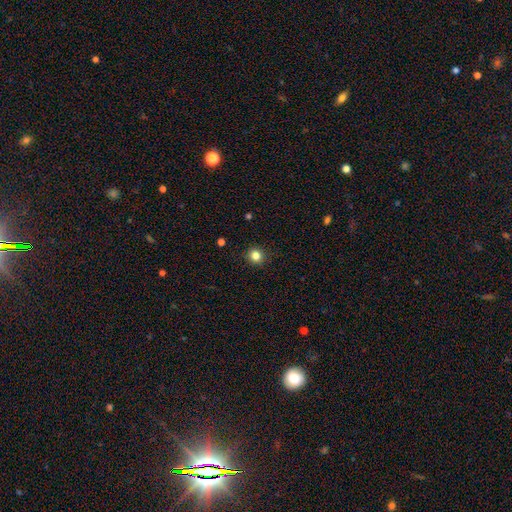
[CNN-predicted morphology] Smooth or featured: smooth — 83% (star or artifact — 13%)
How rounded: round — 92% (in between — 7%)
Merging: none — 92% (minor disturbance — 6%)